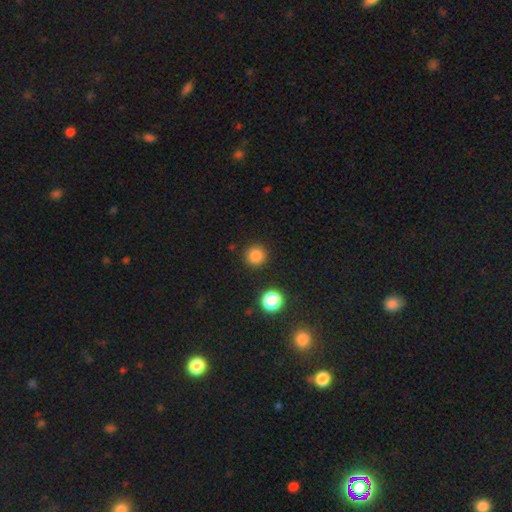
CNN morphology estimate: Overall: smooth (84%). How rounded: round (95%). Merging: none (90%).